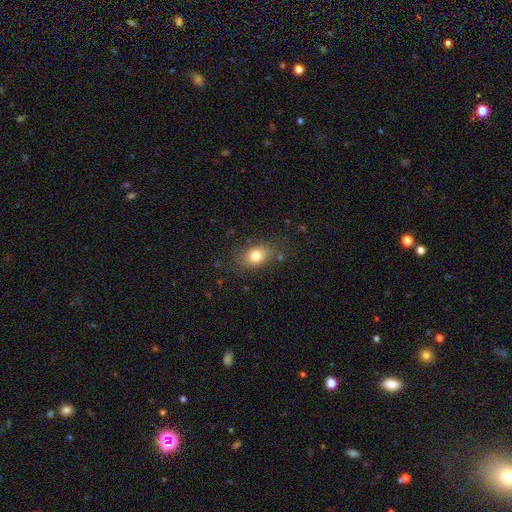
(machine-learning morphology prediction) smooth-or-featured: smooth: 80% | featured or disk: 10% | star or artifact: 10%
  how-rounded: in between: 73% | round: 25% | cigar-shaped: 2%
  merging: none: 78% | minor disturbance: 15% | major disturbance: 5% | merger: 2%